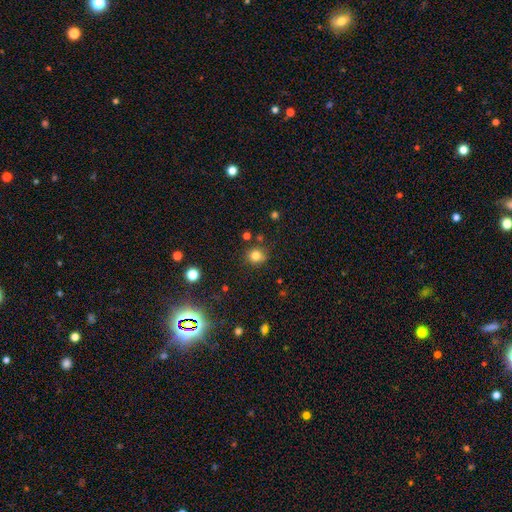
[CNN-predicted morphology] Smooth or featured? smooth (80%)
How rounded? round (83%)
Merging? none (81%)